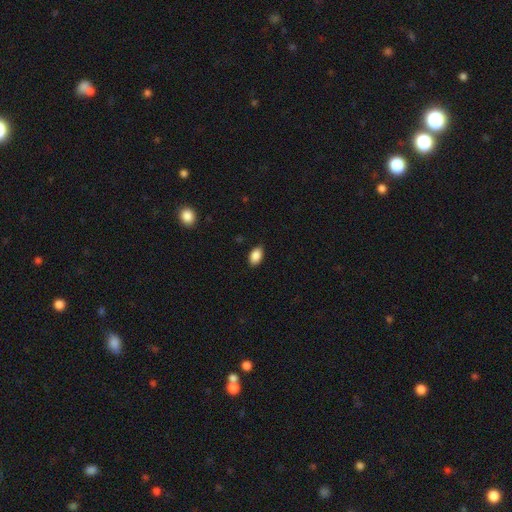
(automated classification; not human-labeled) This appears to be a smooth galaxy with no disk features (88%) that is in between round and cigar-shaped (91%). Merging: none (86%).